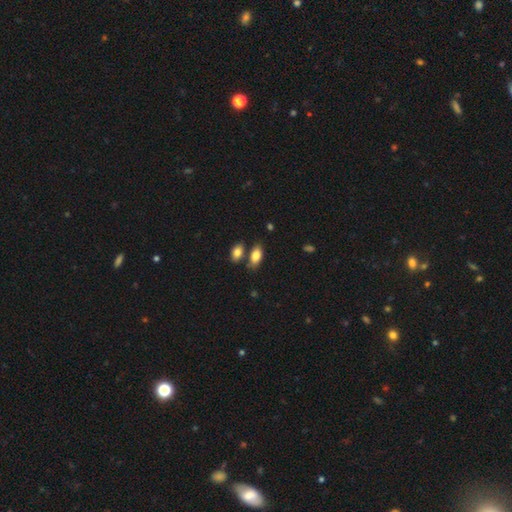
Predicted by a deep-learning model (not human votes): smooth-or-featured: smooth: 83% | featured or disk: 9% | star or artifact: 7%
  how-rounded: in between: 91% | cigar-shaped: 5% | round: 4%
  merging: none: 64% | merger: 19% | minor disturbance: 13% | major disturbance: 3%